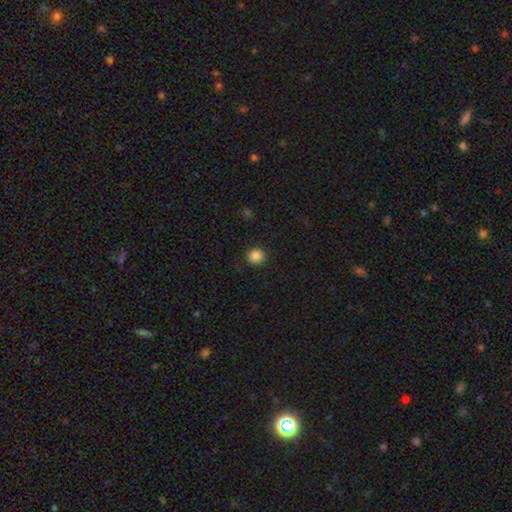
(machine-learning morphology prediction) This appears to be a smooth galaxy with no disk features (86%) that is round (90%). Merging: none (91%).